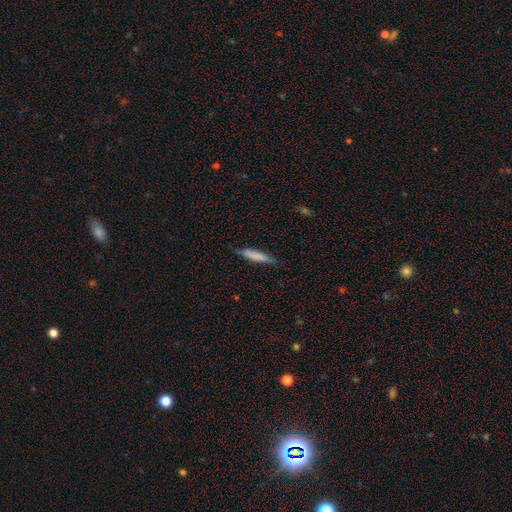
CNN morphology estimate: Smooth or featured: smooth — 73% (featured or disk — 21%)
How rounded: cigar-shaped — 86% (in between — 13%)
Merging: none — 77% (minor disturbance — 18%)